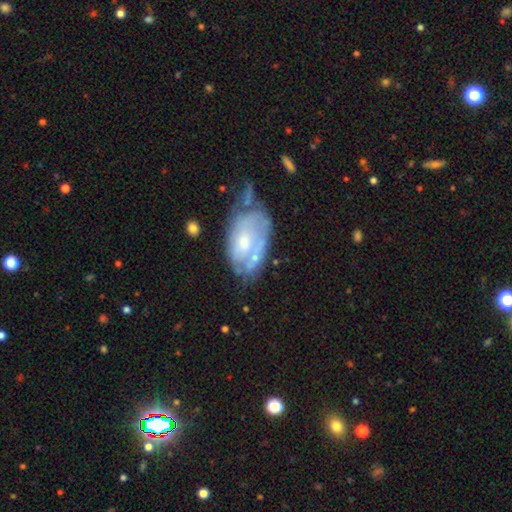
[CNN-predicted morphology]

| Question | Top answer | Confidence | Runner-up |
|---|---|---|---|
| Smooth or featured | featured or disk | 59% | smooth (34%) |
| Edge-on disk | no | 95% | yes (5%) |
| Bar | no | 74% | weak (21%) |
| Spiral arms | yes | 50% | tied: no (50%) |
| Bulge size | moderate | 47% | small (34%) |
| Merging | none | 35% | minor disturbance (28%) |